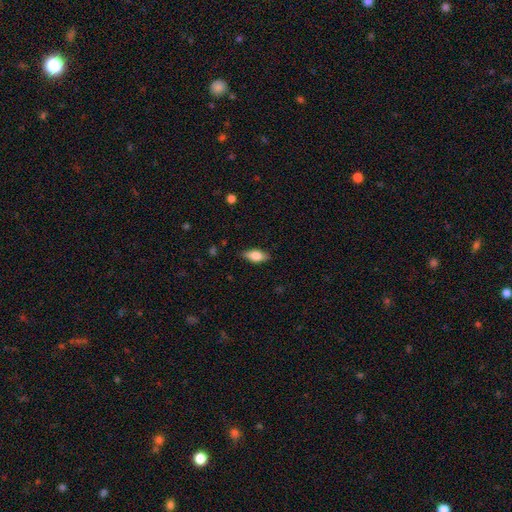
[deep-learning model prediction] Smooth or featured: smooth — 73% (featured or disk — 20%)
How rounded: in between — 82% (cigar-shaped — 14%)
Merging: none — 84% (minor disturbance — 12%)